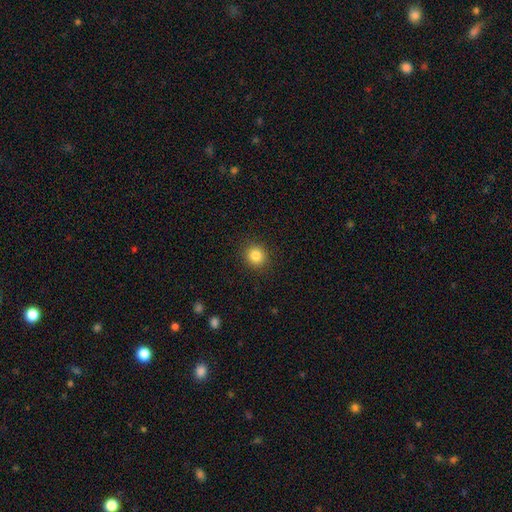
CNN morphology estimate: smooth 84%, star or artifact 11%, featured or disk 5%. Down the decision tree: how rounded — round (88%); merging — none (91%).